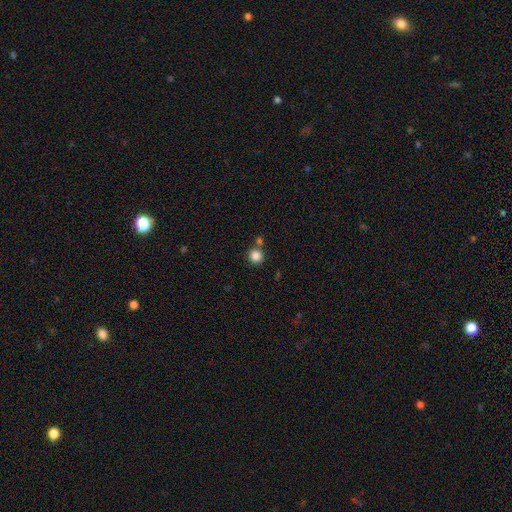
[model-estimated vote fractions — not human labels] Smooth or featured?
  - smooth: 85% *
  - star or artifact: 11%
  - featured or disk: 4%
How rounded?
  - round: 93% *
  - in between: 6%
  - cigar-shaped: 1%
Merging?
  - none: 75% *
  - merger: 15%
  - minor disturbance: 8%
  - major disturbance: 3%